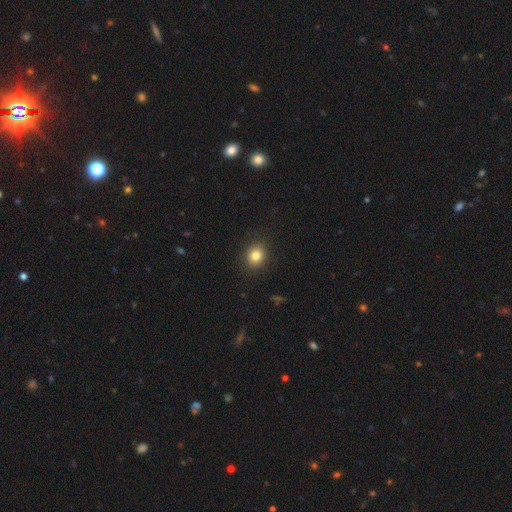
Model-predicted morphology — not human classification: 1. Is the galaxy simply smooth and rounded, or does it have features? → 82% smooth, 11% star or artifact, 7% featured or disk.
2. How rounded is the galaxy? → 67% round, 32% in between, 1% cigar-shaped.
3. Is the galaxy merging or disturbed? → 89% none, 8% minor disturbance, 2% major disturbance, 1% merger.